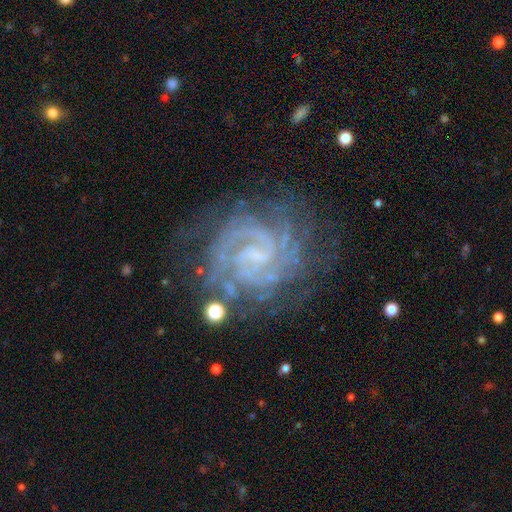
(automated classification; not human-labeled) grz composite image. It shows a featured or disk galaxy (90%) with a weak bar (50%), 2 (45%) tight (71%) spiral arms (98%) and a small central bulge (58%). Merging: none (72%).